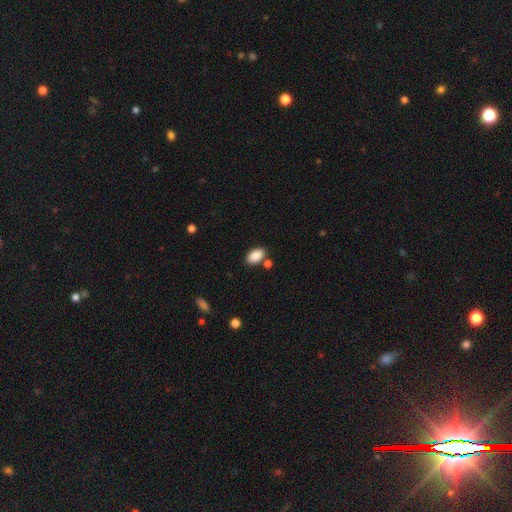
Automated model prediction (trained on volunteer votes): smooth 89%, star or artifact 7%, featured or disk 4%. Down the decision tree: how rounded — in between (94%); merging — none (78%).